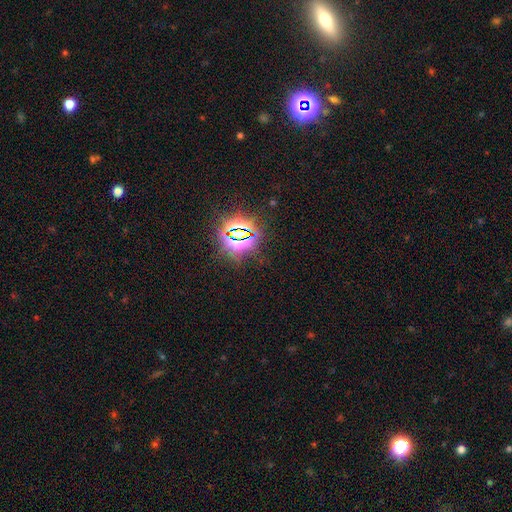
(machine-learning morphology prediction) smooth_or_featured: star or artifact (p=0.82) [alt: smooth p=0.12]